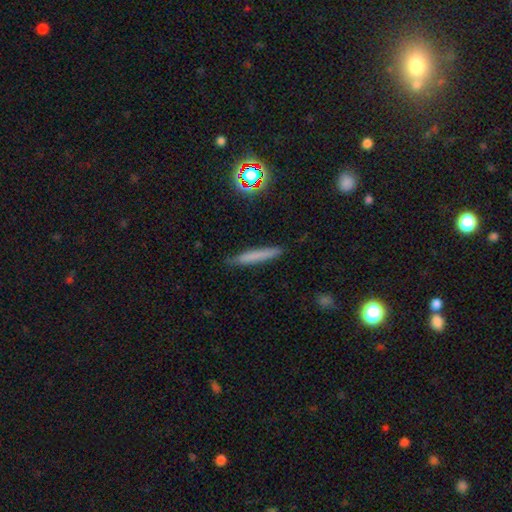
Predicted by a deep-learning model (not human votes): smooth 69%, featured or disk 20%, star or artifact 11%. Down the decision tree: how rounded — cigar-shaped (94%); merging — none (86%).